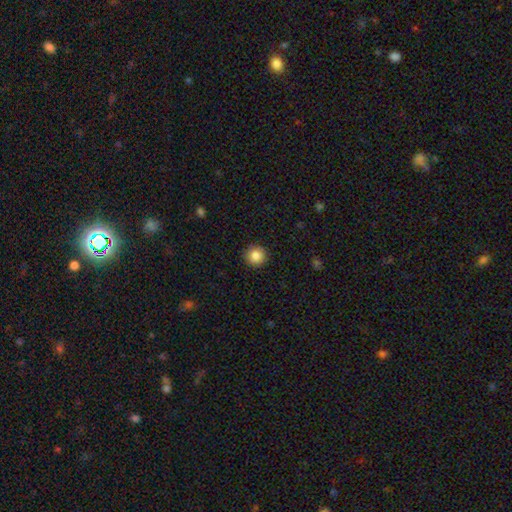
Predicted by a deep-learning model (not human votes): Smooth or featured? Predicted: smooth (p=0.86). How rounded? Predicted: round (p=0.94). Merging? Predicted: none (p=0.91).